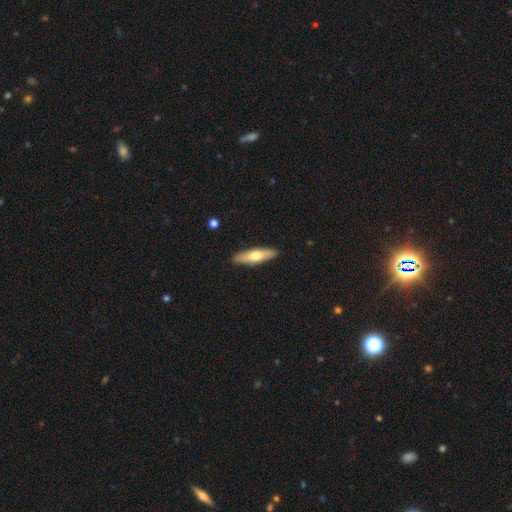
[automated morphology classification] smooth_or_featured: smooth (p=0.58) [alt: featured or disk p=0.37]
how_rounded: cigar-shaped (p=0.68) [alt: in between p=0.30]
merging: none (p=0.90) [alt: minor disturbance p=0.07]